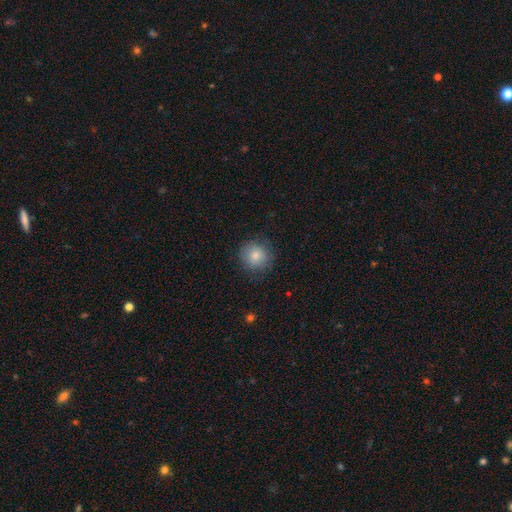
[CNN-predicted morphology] A smooth galaxy with no disk features (82%) that is round (91%). Merging: none (82%).